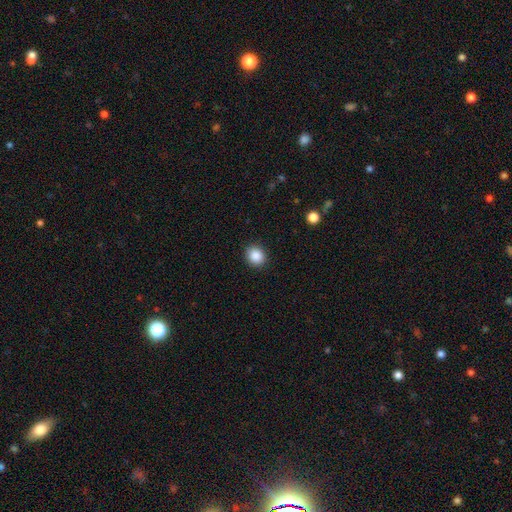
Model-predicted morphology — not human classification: Q: Smooth or featured?
A: smooth (88%); runner-up: star or artifact (9%)
Q: How rounded?
A: round (74%); runner-up: in between (25%)
Q: Merging?
A: none (90%); runner-up: minor disturbance (7%)